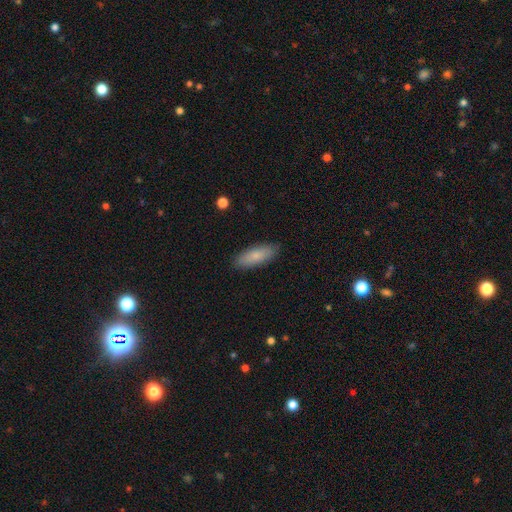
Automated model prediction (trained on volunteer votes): A smooth galaxy with no disk features (82%) that is in between round and cigar-shaped (68%).

Vote fractions:
- Smooth or featured? smooth: 82% / featured or disk: 12% / star or artifact: 6%
- How rounded? in between: 68% / cigar-shaped: 30% / round: 2%
- Merging? none: 88% / minor disturbance: 9% / major disturbance: 2% / merger: 1%